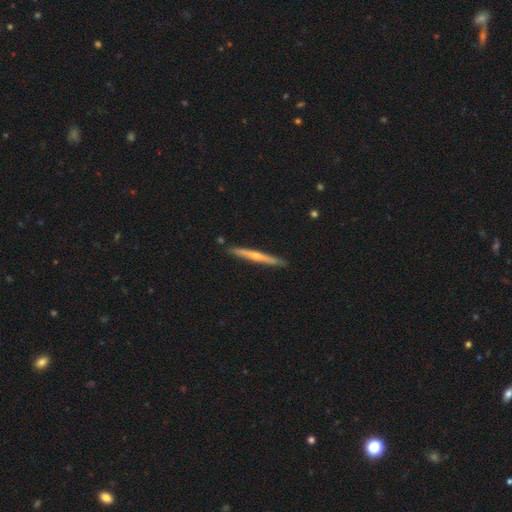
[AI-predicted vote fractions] Overall: featured or disk (65%; smooth 27%). Edge-on disk: yes (96%). Edge-on bulge: rounded (67%; none 27%). Merging: none (88%).